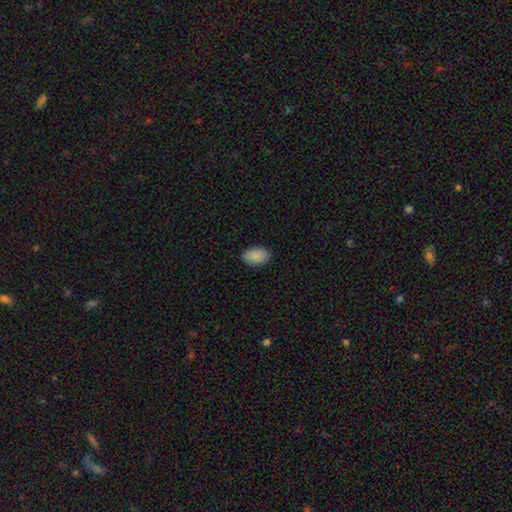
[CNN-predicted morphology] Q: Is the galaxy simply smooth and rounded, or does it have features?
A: smooth — 88%.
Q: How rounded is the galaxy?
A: in between — 91%.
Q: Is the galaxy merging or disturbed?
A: none — 87%.